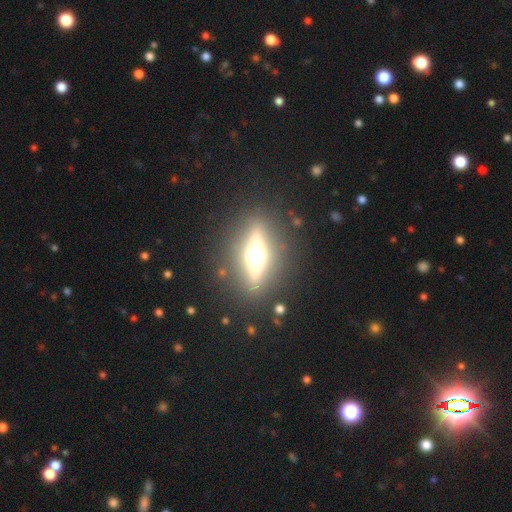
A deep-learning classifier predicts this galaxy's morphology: Smooth or featured? Predicted: featured or disk (p=0.67). Edge-on disk? Predicted: yes (p=0.86). Edge-on bulge? Predicted: rounded (p=0.95). Merging? Predicted: none (p=0.86).